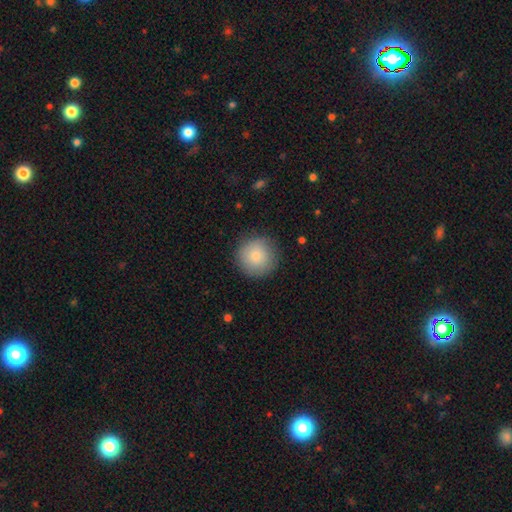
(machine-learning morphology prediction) Smooth or featured? Predicted: smooth (p=0.82). How rounded? Predicted: round (p=0.96). Merging? Predicted: none (p=0.86).